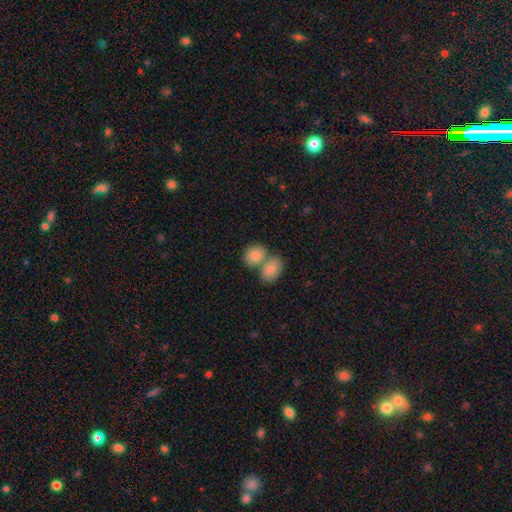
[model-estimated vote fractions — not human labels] Morphology: type=smooth (84%); roundness=in between (56%); merging=merger (54%).